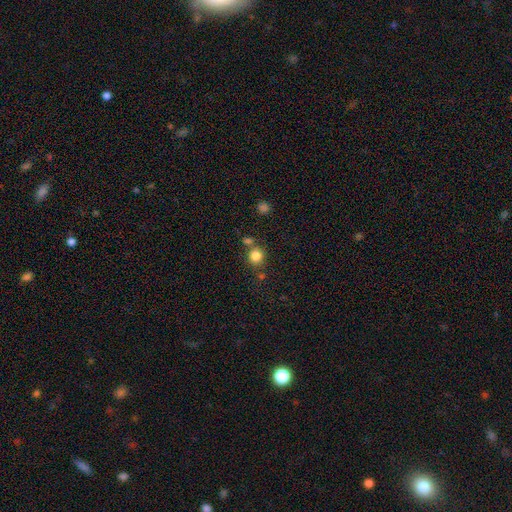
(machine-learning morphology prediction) Smooth or featured?
  - smooth: 83% *
  - star or artifact: 12%
  - featured or disk: 5%
How rounded?
  - round: 89% *
  - in between: 10%
  - cigar-shaped: 1%
Merging?
  - none: 71% *
  - merger: 16%
  - minor disturbance: 9%
  - major disturbance: 3%